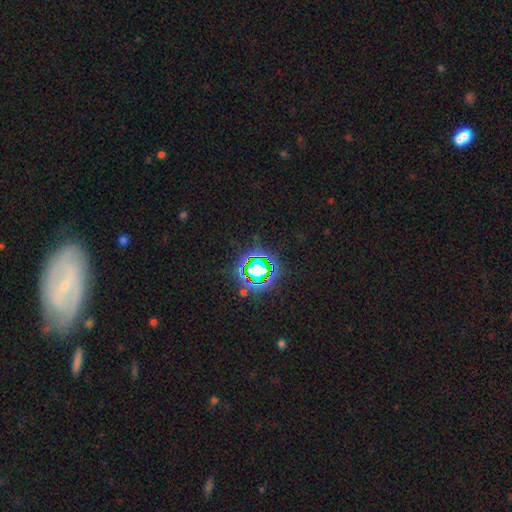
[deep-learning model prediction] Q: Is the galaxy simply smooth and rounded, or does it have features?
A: star or artifact — 64%.